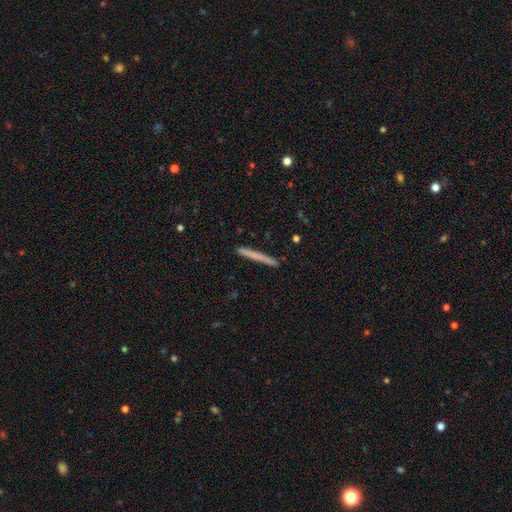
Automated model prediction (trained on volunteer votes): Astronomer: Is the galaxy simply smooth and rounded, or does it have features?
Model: smooth — 64%.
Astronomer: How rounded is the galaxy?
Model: cigar-shaped — 97%.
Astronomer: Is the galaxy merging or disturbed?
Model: none — 91%.